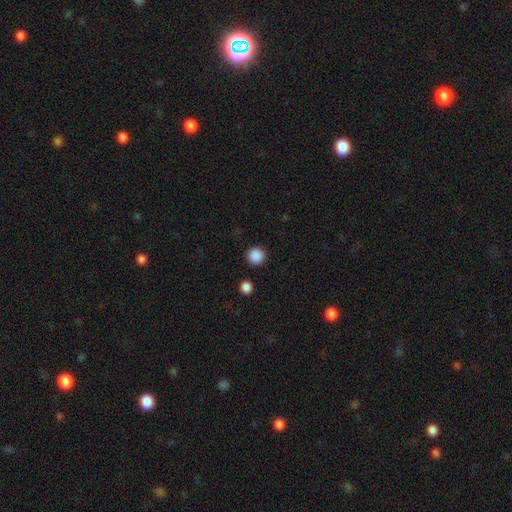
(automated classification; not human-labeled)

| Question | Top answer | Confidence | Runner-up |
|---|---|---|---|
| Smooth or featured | smooth | 88% | star or artifact (9%) |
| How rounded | round | 95% | in between (4%) |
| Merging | none | 91% | minor disturbance (5%) |